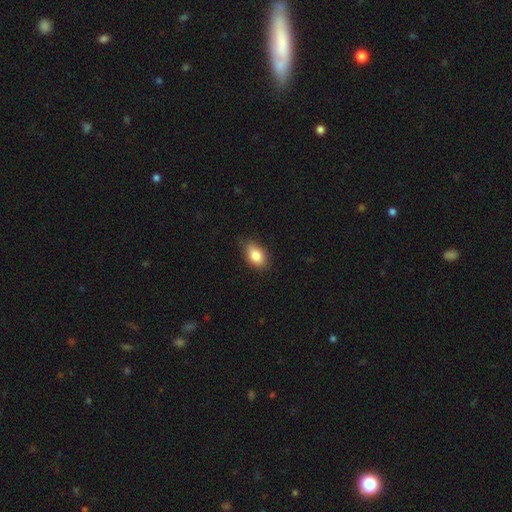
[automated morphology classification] smooth 84%, featured or disk 9%, star or artifact 8%. Down the decision tree: how rounded — in between (88%); merging — none (77%).